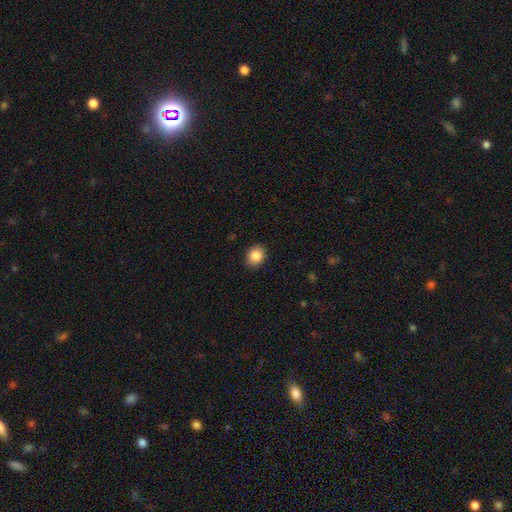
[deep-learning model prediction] A smooth galaxy with no disk features (86%) that is in between round and cigar-shaped (50%). Merging: none (90%).